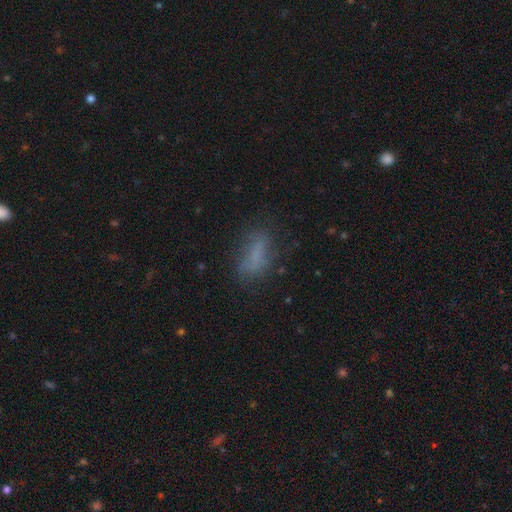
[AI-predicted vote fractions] Smooth or featured: smooth — 66% (featured or disk — 20%)
How rounded: in between — 64% (cigar-shaped — 32%)
Merging: none — 61% (minor disturbance — 22%)